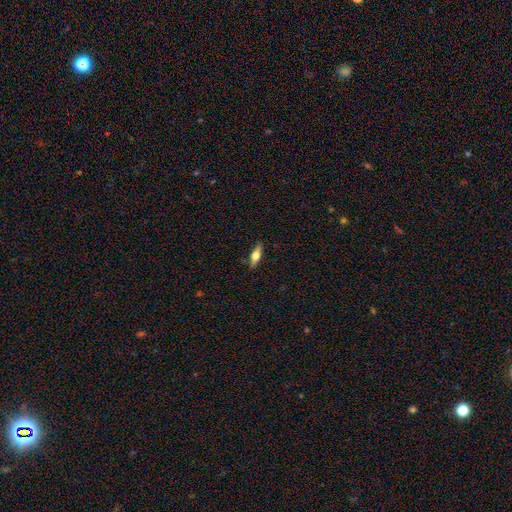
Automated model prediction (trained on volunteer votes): Smooth or featured?
  - featured or disk: 49% *
  - smooth: 44%
  - star or artifact: 7%
Merging?
  - none: 86% *
  - minor disturbance: 10%
  - major disturbance: 2%
  - merger: 1%